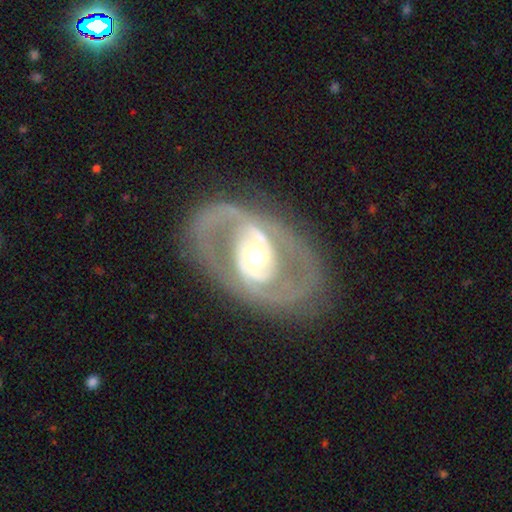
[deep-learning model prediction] A featured or disk galaxy (86%) with no bar (46%), 2 (83%) medium (45%) spiral arms (79%) and a moderate central bulge (66%).

Vote fractions:
- Smooth or featured? featured or disk: 86% / smooth: 9% / star or artifact: 5%
- Edge-on disk? no: 95% / yes: 5%
- Bar? no: 46% / weak: 32% / strong: 22%
- Spiral arms? yes: 79% / no: 21%
- Spiral winding? medium: 45% / tight: 36% / loose: 18%
- Spiral arm count? 2: 83% / can't tell: 8% / 1: 3% / 3: 3% / 4: 1% / more than 4: 1%
- Bulge size? moderate: 66% / large: 19% / small: 12% / dominant: 2% / none: 1%
- Merging? none: 78% / minor disturbance: 12% / major disturbance: 9% / merger: 1%